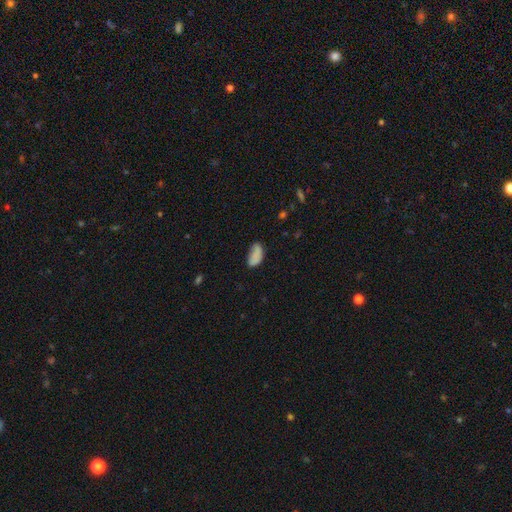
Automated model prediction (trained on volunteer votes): Q: Smooth or featured?
A: smooth (81%); runner-up: featured or disk (10%)
Q: How rounded?
A: in between (92%); runner-up: cigar-shaped (5%)
Q: Merging?
A: none (54%); runner-up: minor disturbance (31%)